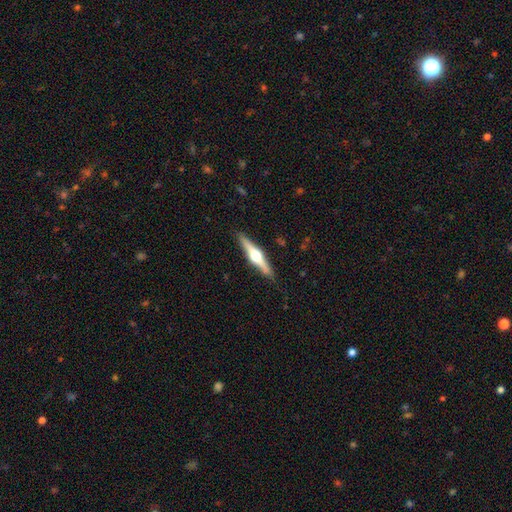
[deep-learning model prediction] Q: Smooth or featured?
A: featured or disk (76%); runner-up: smooth (19%)
Q: Edge-on disk?
A: yes (98%); runner-up: no (2%)
Q: Edge-on bulge?
A: rounded (96%); runner-up: boxy (2%)
Q: Merging?
A: none (90%); runner-up: minor disturbance (7%)